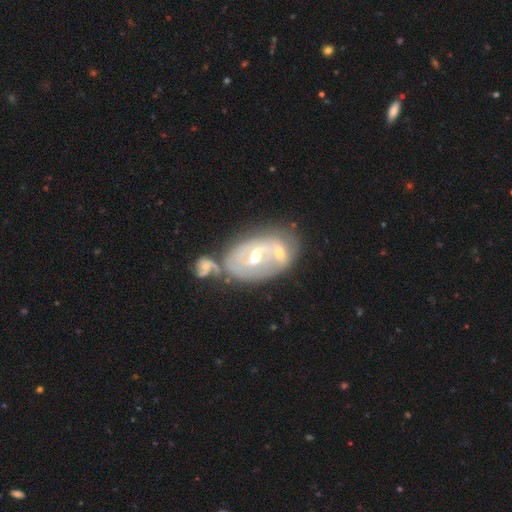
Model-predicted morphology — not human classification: A featured or disk galaxy (73%) with no bar (40%), spiral arms (57%) and a moderate central bulge (67%). Merging: merger (55%).